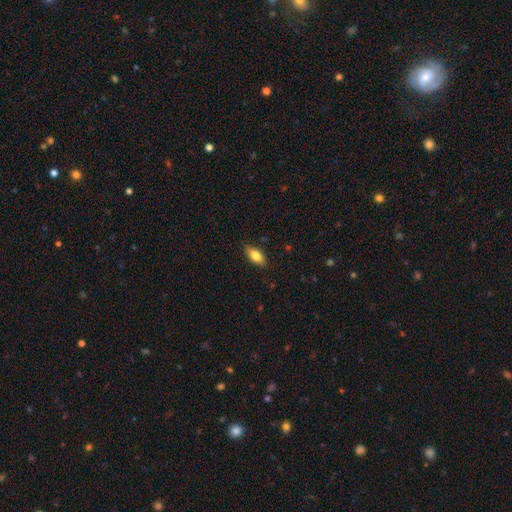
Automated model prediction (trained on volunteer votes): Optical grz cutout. It shows a smooth galaxy with no disk features (78%) that is in between round and cigar-shaped (84%). Merging: none (85%).